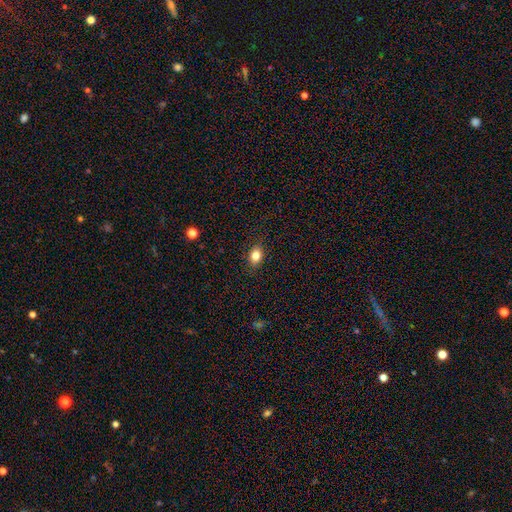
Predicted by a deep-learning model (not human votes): A smooth galaxy with no disk features (82%) that is in between round and cigar-shaped (71%). Merging: none (88%).